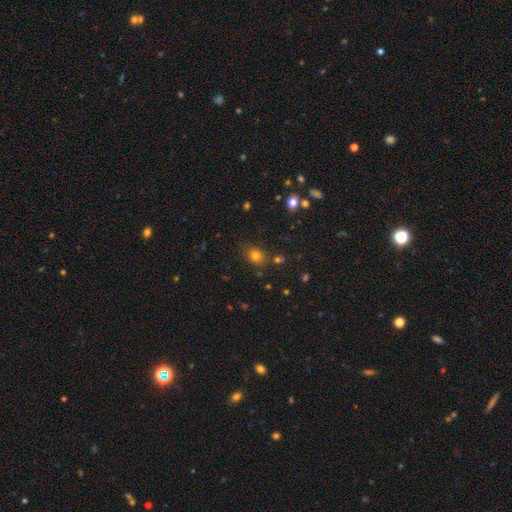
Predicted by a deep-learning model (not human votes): smooth 75%, star or artifact 16%, featured or disk 9%. Down the decision tree: how rounded — in between (51%); merging — none (77%).